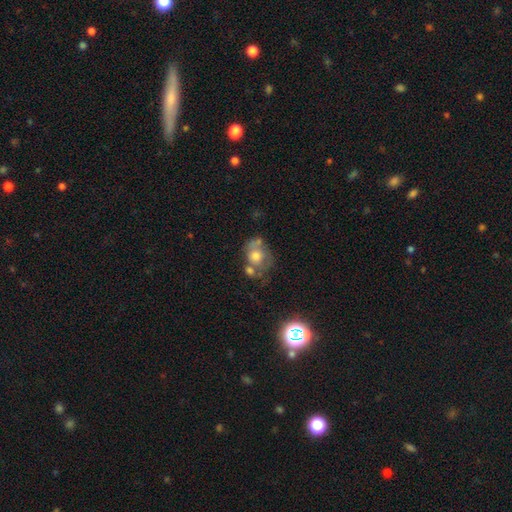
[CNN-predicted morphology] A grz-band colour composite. It shows a smooth galaxy with no disk features (54%) that is round (54%). Merging: none (34%).